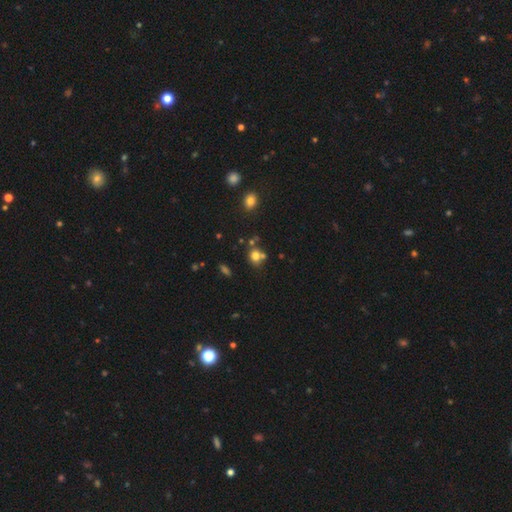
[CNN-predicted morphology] This appears to be a smooth galaxy with no disk features (73%) that is round (76%). Merging: none (54%).